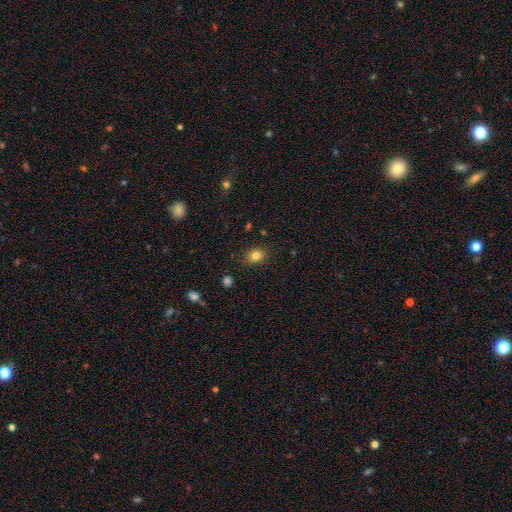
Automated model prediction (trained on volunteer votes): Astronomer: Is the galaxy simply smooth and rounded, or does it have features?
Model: smooth — 82%.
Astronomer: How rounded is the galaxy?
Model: in between — 54% (runner-up: round, 45%).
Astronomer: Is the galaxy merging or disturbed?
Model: none — 86%.